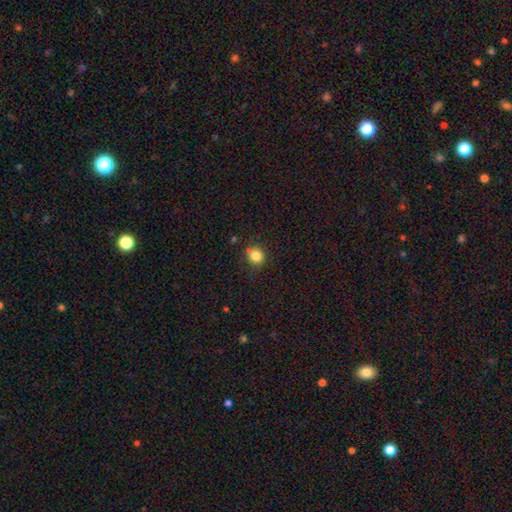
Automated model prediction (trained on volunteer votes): This is clearly a smooth galaxy (83%). How rounded: clearly round (81%). Merging: likely none (77%).